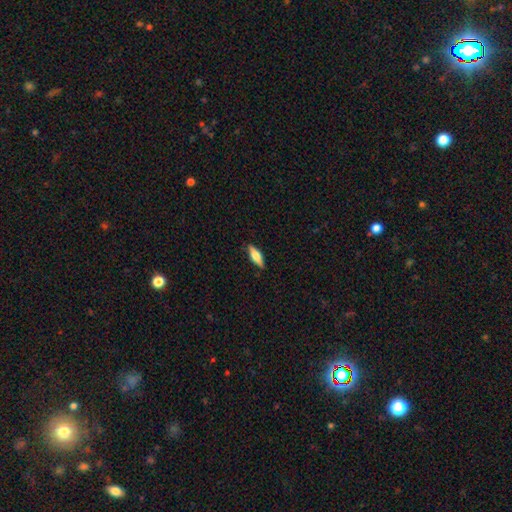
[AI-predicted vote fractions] This is possibly a smooth galaxy (55%). How rounded: possibly in between (54%). Merging: clearly none (87%).